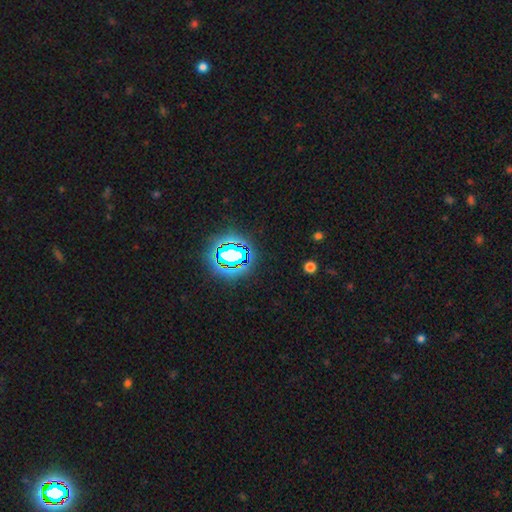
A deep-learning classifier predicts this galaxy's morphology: A star or artifact, not a galaxy (83%).

Vote fractions:
- Smooth or featured? star or artifact: 83% / smooth: 11% / featured or disk: 6%